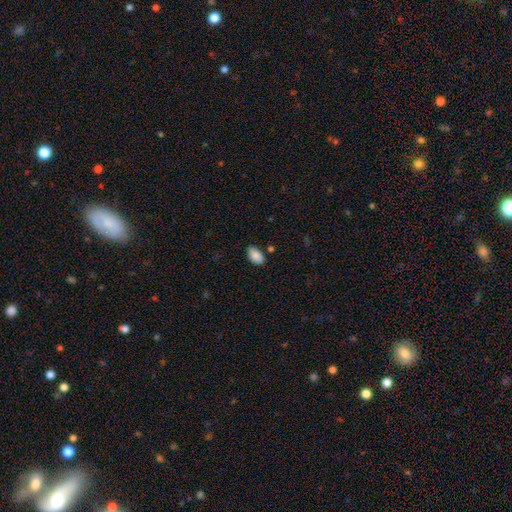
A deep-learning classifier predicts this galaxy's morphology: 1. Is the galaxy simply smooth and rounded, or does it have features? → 87% smooth, 7% star or artifact, 6% featured or disk.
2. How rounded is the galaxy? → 93% in between, 6% round, 1% cigar-shaped.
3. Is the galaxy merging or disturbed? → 77% none, 17% minor disturbance, 3% merger, 3% major disturbance.